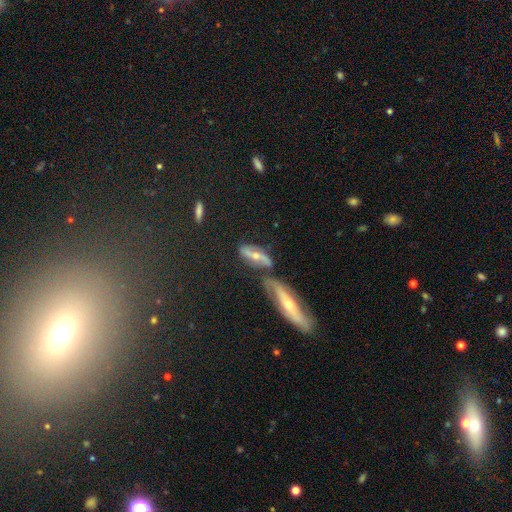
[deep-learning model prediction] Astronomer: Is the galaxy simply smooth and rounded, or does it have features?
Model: featured or disk — 65%.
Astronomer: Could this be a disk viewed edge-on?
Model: no — 66%.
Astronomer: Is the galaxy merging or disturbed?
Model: none — 47% (runner-up: merger, 25%).